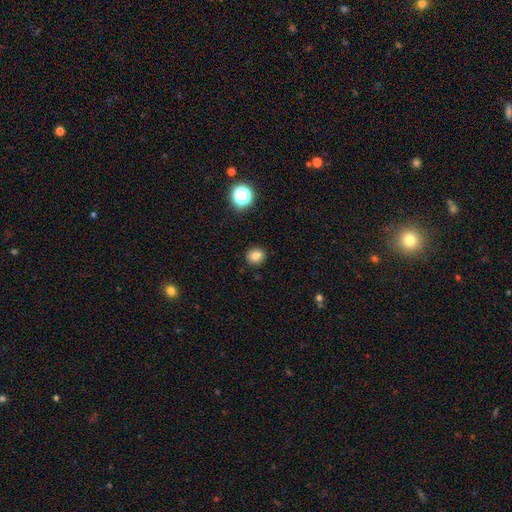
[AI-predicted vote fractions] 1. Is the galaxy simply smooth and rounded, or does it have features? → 81% smooth, 13% star or artifact, 5% featured or disk.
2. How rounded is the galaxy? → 79% round, 20% in between, 1% cigar-shaped.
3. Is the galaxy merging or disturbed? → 90% none, 7% minor disturbance, 2% major disturbance, 1% merger.